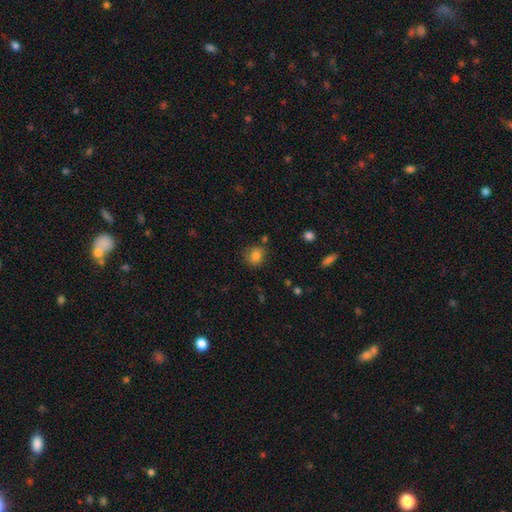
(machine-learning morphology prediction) A smooth galaxy with no disk features (82%) that is round (73%). Merging: none (73%).